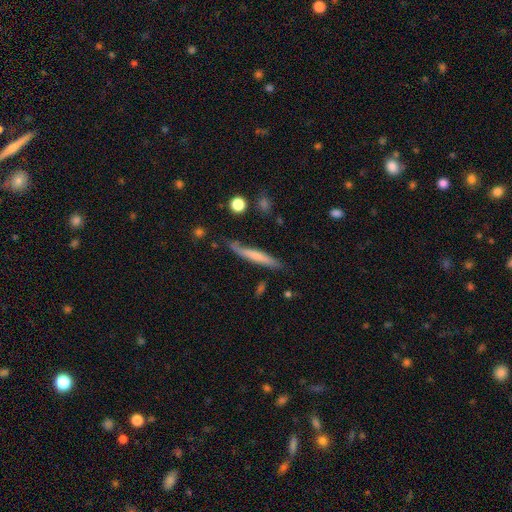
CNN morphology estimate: Q: Smooth or featured?
A: smooth (58%); runner-up: featured or disk (36%)
Q: How rounded?
A: cigar-shaped (93%); runner-up: in between (5%)
Q: Merging?
A: none (71%); runner-up: minor disturbance (21%)